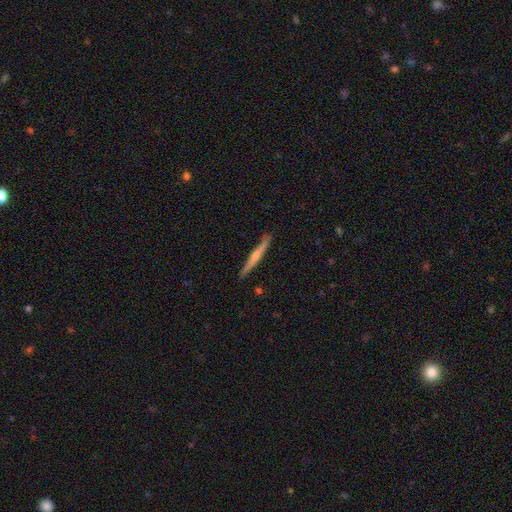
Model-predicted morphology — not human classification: Smooth or featured?
  - featured or disk: 52% *
  - smooth: 42%
  - star or artifact: 6%
Edge-on disk?
  - yes: 97% *
  - no: 3%
Edge-on bulge?
  - rounded: 48% *
  - none: 41%
  - boxy: 12%
Merging?
  - none: 87% *
  - minor disturbance: 10%
  - major disturbance: 2%
  - merger: 1%